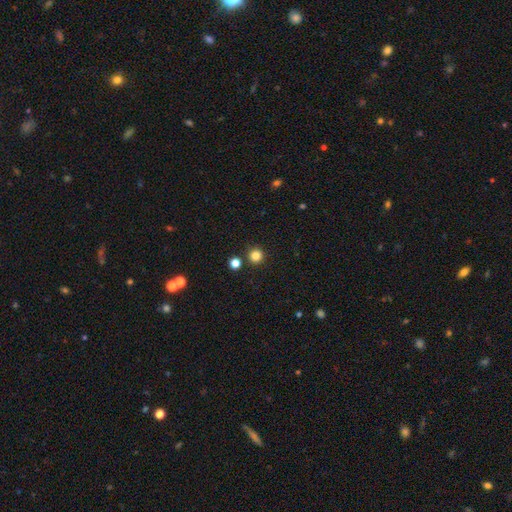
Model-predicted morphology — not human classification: type=smooth (83%); roundness=round (96%); merging=none (89%).